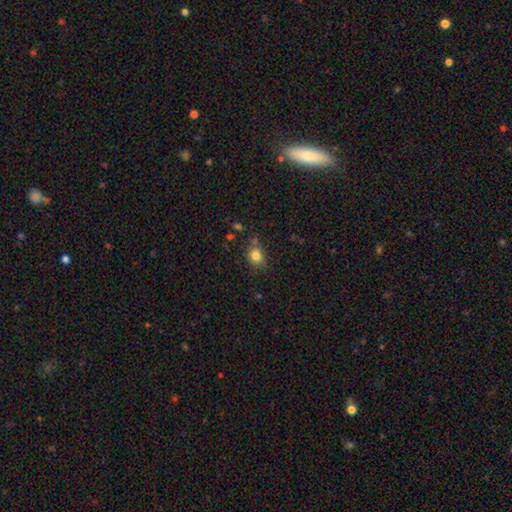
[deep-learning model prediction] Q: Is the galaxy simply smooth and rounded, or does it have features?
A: smooth — 82%.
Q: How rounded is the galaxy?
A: round — 69%.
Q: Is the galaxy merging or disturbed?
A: none — 74%.